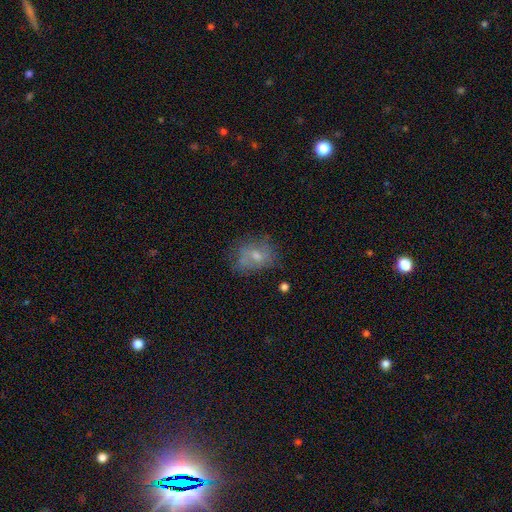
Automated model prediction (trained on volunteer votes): This is possibly a smooth galaxy (48%). Merging: possibly none (59%).